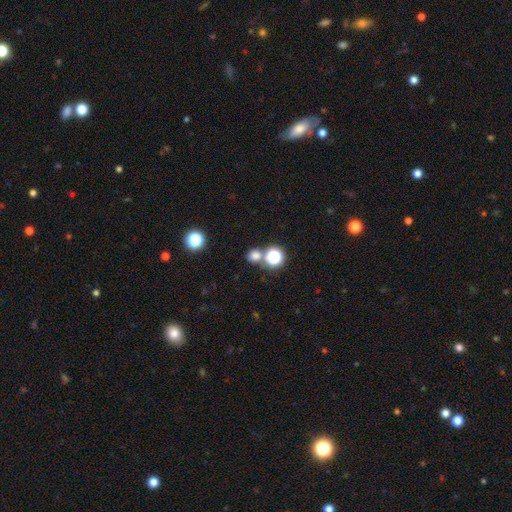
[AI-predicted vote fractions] Overall: smooth (72%). How rounded: round (85%). Merging: none (66%).